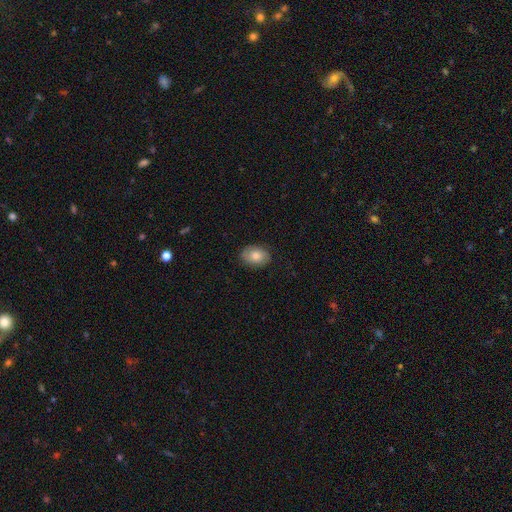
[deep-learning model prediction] smooth_or_featured: smooth (p=0.64) [alt: featured or disk p=0.28]
how_rounded: in between (p=0.72) [alt: round p=0.26]
merging: none (p=0.84) [alt: minor disturbance p=0.12]